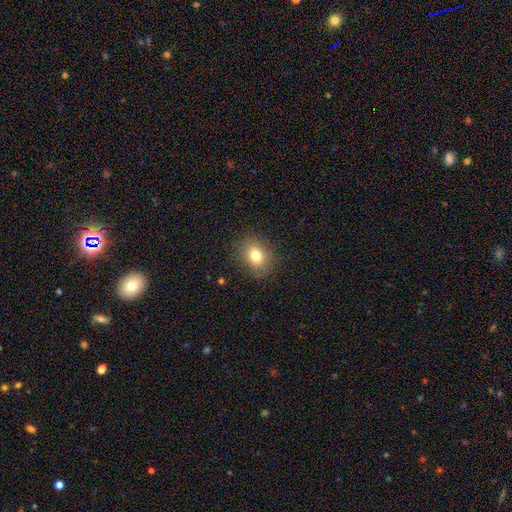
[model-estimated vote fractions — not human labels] A smooth galaxy with no disk features (78%) that is in between round and cigar-shaped (50%). Merging: none (86%).